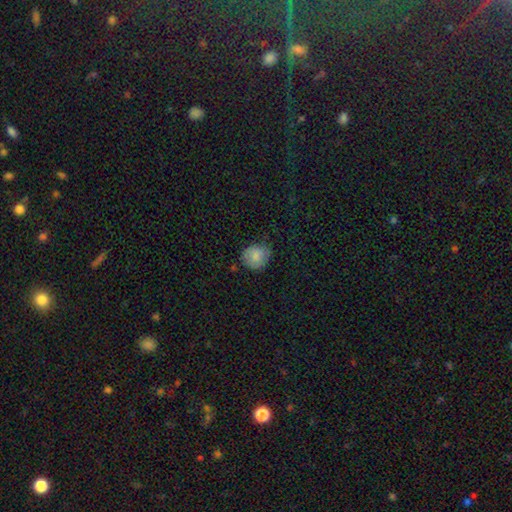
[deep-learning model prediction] Smooth or featured? Predicted: smooth (p=0.81). How rounded? Predicted: round (p=0.82). Merging? Predicted: none (p=0.69).